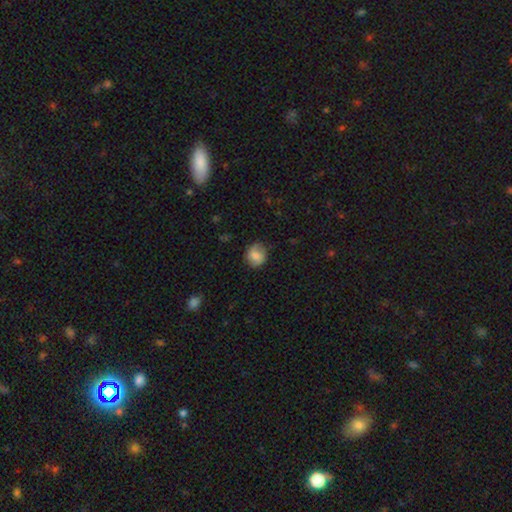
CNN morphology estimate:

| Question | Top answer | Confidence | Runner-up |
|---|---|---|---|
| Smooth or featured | smooth | 78% | featured or disk (14%) |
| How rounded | round | 80% | in between (19%) |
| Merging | none | 75% | minor disturbance (19%) |